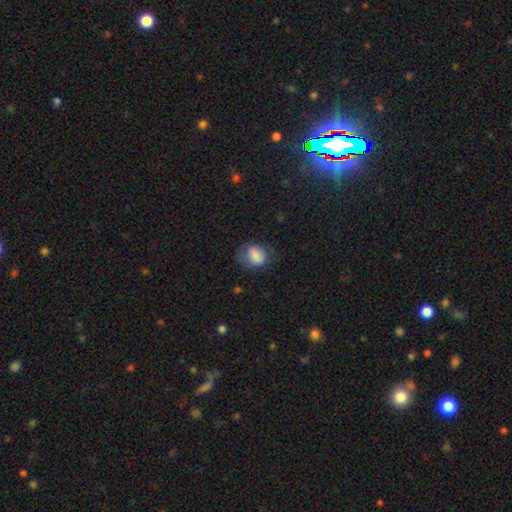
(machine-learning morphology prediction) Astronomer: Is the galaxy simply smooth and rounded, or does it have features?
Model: smooth — 80%.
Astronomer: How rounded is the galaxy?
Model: in between — 54% (runner-up: round, 45%).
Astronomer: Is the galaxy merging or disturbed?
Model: none — 58%.